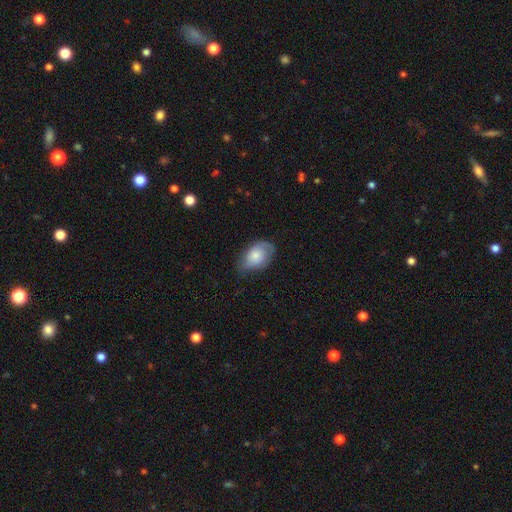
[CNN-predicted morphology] type=smooth (65%); roundness=in between (87%); merging=none (58%).